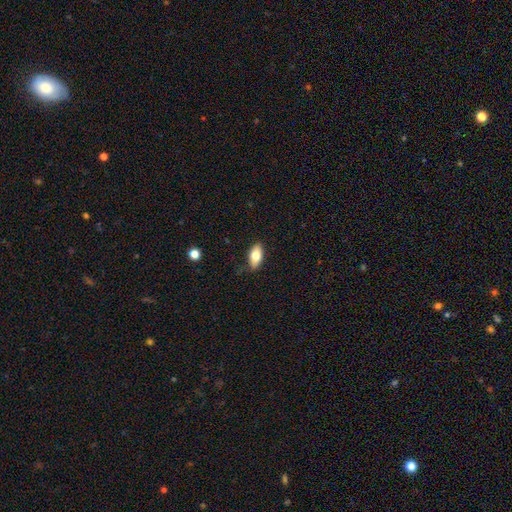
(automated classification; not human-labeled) smooth 75%, featured or disk 18%, star or artifact 7%. Down the decision tree: how rounded — in between (89%); merging — none (83%).